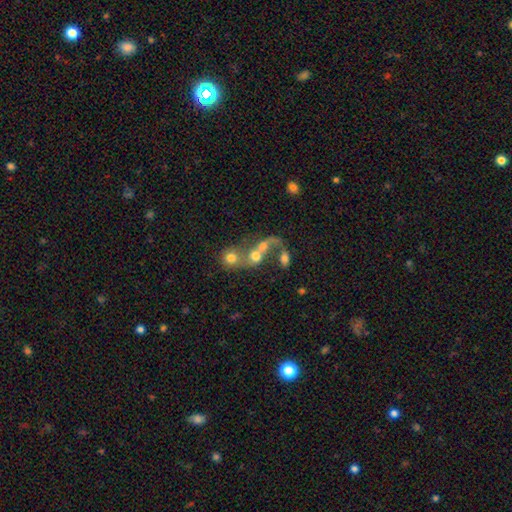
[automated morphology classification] Smooth or featured: smooth — 53% (featured or disk — 33%)
How rounded: round — 55% (in between — 41%)
Merging: merger — 72% (none — 13%)